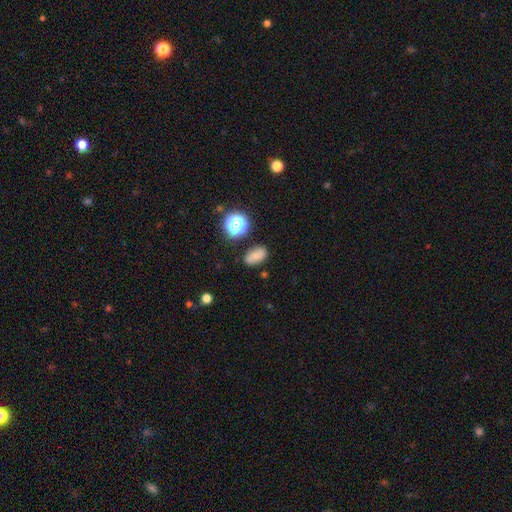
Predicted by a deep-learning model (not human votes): The model was most divided on "smooth or featured": smooth: 66%, featured or disk: 19%, star or artifact: 15%. More confident: how rounded — in between (80%); merging — none (76%).